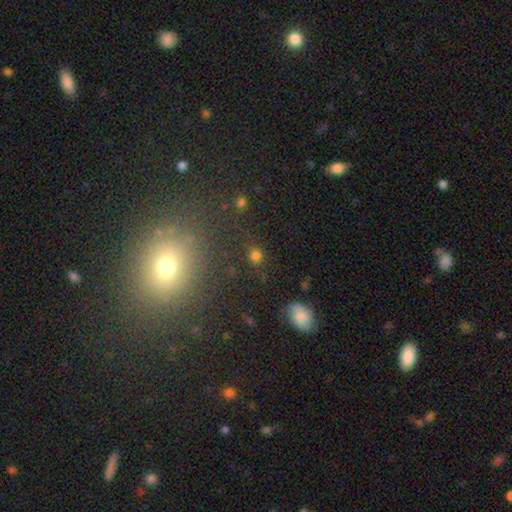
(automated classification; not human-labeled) This appears to be a smooth galaxy with no disk features (74%) that is round (90%). Merging: none (80%).